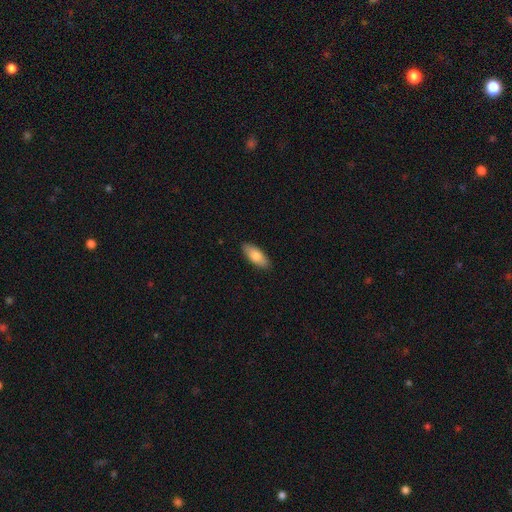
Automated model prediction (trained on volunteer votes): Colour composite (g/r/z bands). It shows a smooth galaxy with no disk features (79%) that is in between round and cigar-shaped (82%). Merging: none (89%).